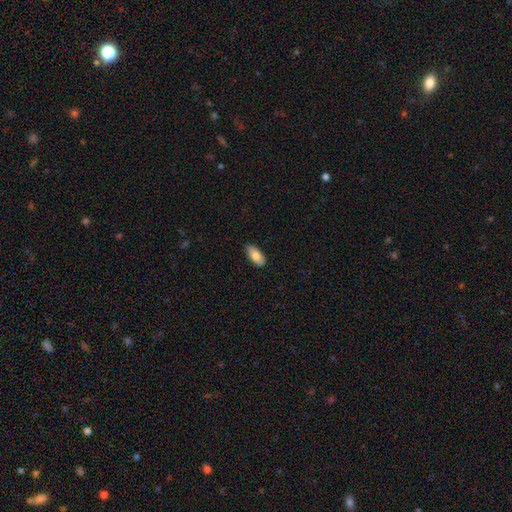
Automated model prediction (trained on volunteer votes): A smooth galaxy with no disk features (79%) that is in between round and cigar-shaped (88%). Merging: none (88%).